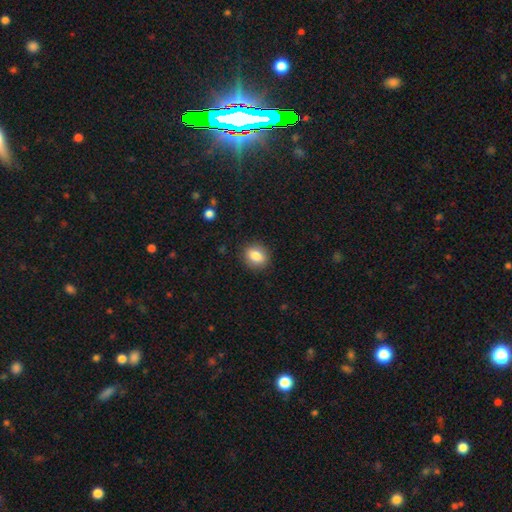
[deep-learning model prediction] Q: Smooth or featured?
A: smooth (84%); runner-up: star or artifact (9%)
Q: How rounded?
A: round (54%); runner-up: in between (45%)
Q: Merging?
A: none (88%); runner-up: minor disturbance (9%)